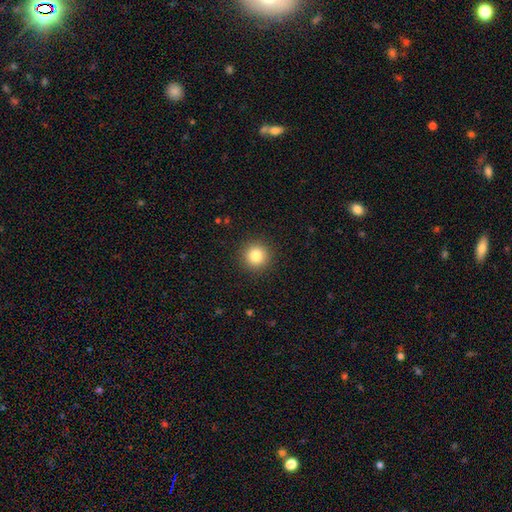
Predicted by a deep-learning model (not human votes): Smooth or featured? smooth (83%)
How rounded? round (95%)
Merging? none (92%)